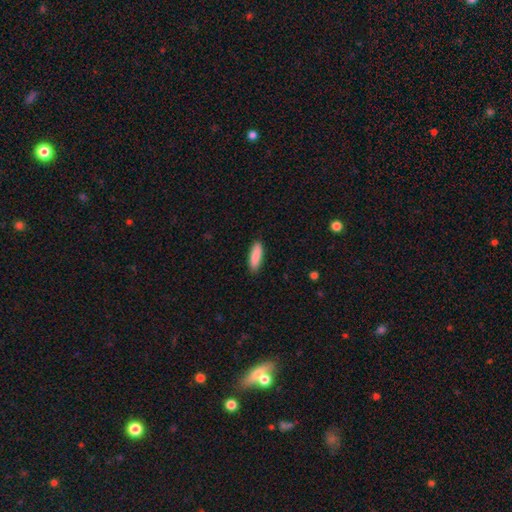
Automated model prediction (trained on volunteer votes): A smooth galaxy with no disk features (89%) that is in between round and cigar-shaped (54%). Merging: none (88%).